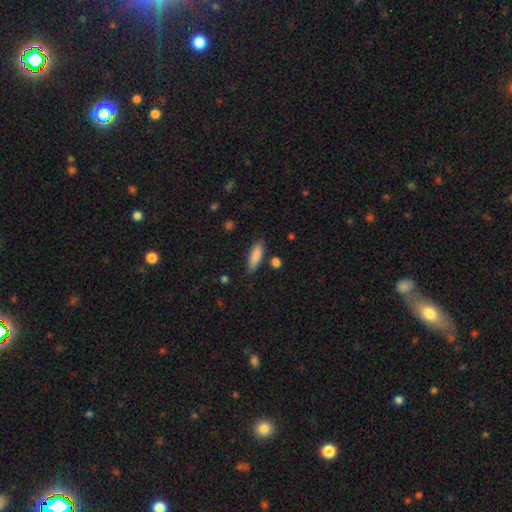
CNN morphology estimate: A smooth galaxy with no disk features (85%) that is in between round and cigar-shaped (50%). Merging: none (76%).